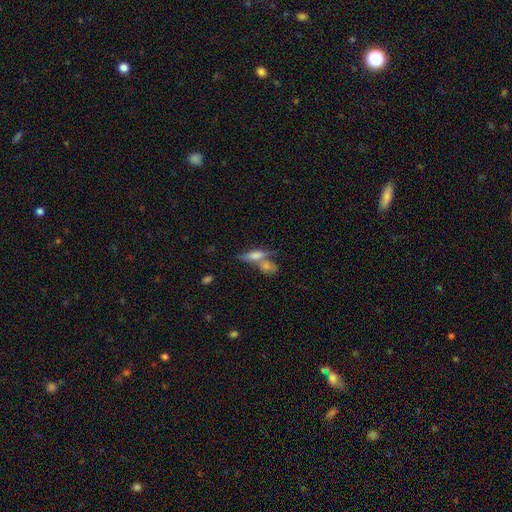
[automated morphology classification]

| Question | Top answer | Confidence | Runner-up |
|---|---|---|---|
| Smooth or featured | smooth | 60% | featured or disk (31%) |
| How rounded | in between | 48% | cigar-shaped (47%) |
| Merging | merger | 46% | none (40%) |